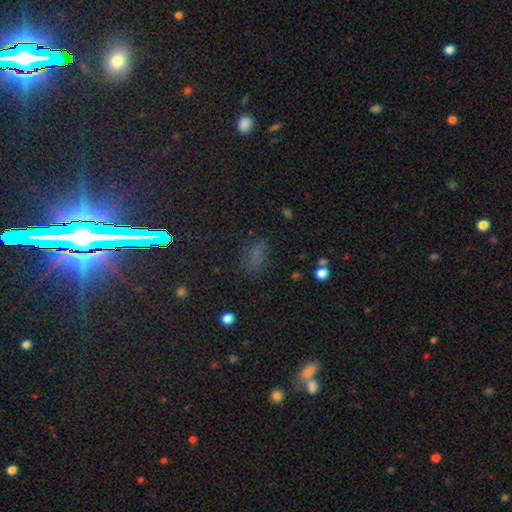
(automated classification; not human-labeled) This is possibly a smooth galaxy (51%). How rounded: likely in between (77%). Merging: likely none (66%).